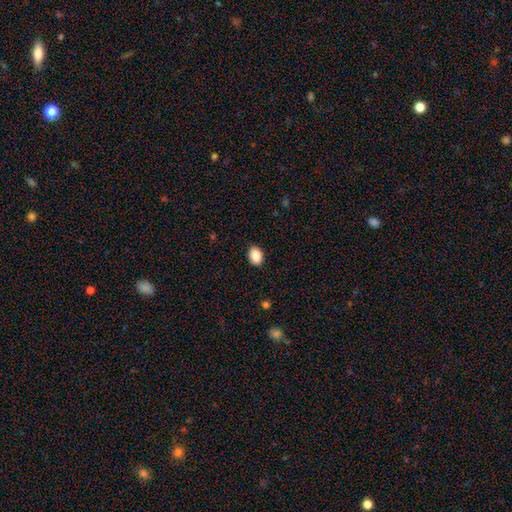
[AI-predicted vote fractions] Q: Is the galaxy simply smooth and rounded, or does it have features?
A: smooth — 89%.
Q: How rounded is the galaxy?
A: in between — 73%.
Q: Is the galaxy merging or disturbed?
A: none — 89%.